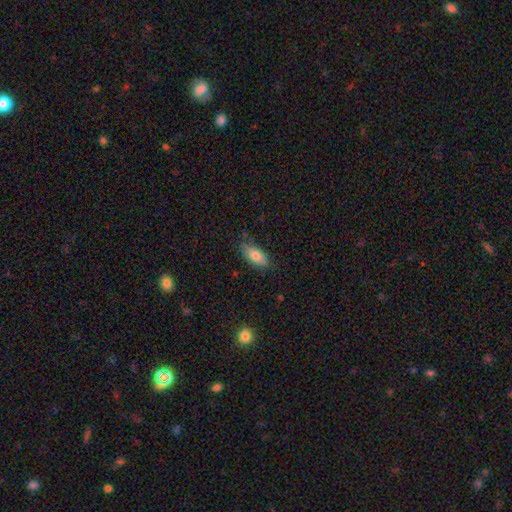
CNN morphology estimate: smooth 79%, featured or disk 14%, star or artifact 7%. Down the decision tree: how rounded — in between (84%); merging — none (75%).